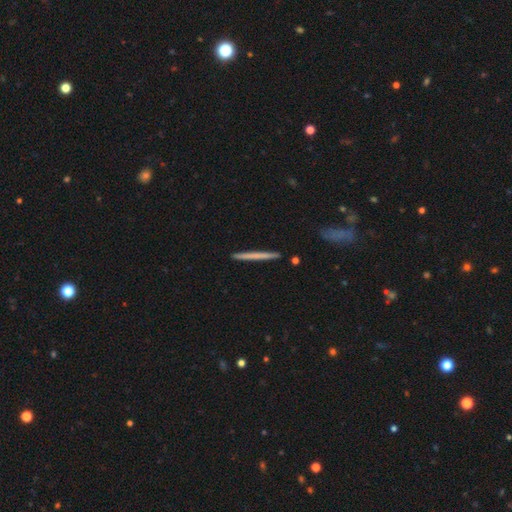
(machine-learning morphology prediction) Overall: smooth (55%; featured or disk 40%). How rounded: cigar-shaped (97%). Merging: none (92%).